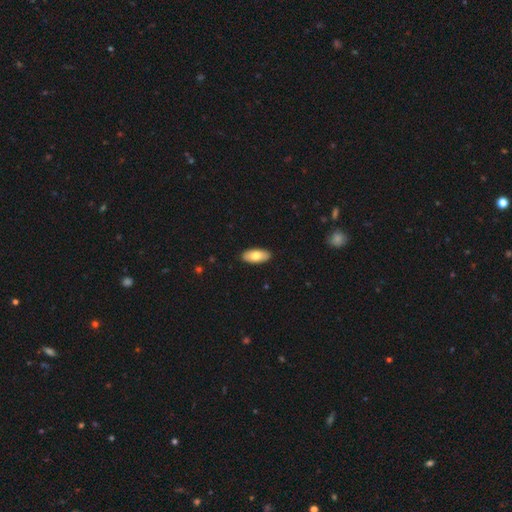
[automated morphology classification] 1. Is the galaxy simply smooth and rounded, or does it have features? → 77% smooth, 17% featured or disk, 6% star or artifact.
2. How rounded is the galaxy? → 91% in between, 7% cigar-shaped, 2% round.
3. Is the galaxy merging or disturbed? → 90% none, 7% minor disturbance, 1% major disturbance, 1% merger.